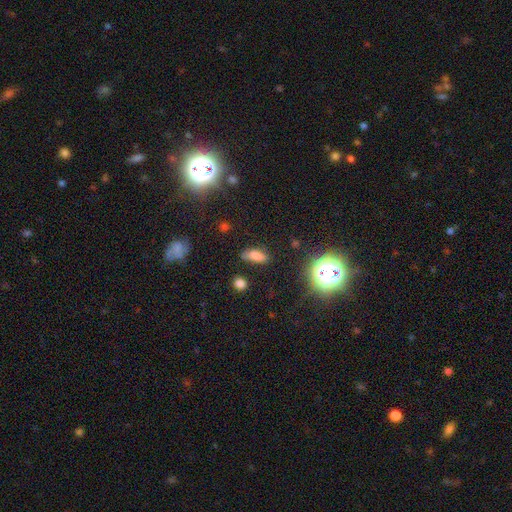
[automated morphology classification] smooth_or_featured: smooth (p=0.74) [alt: star or artifact p=0.16]
how_rounded: in between (p=0.72) [alt: cigar-shaped p=0.23]
merging: none (p=0.70) [alt: minor disturbance p=0.21]